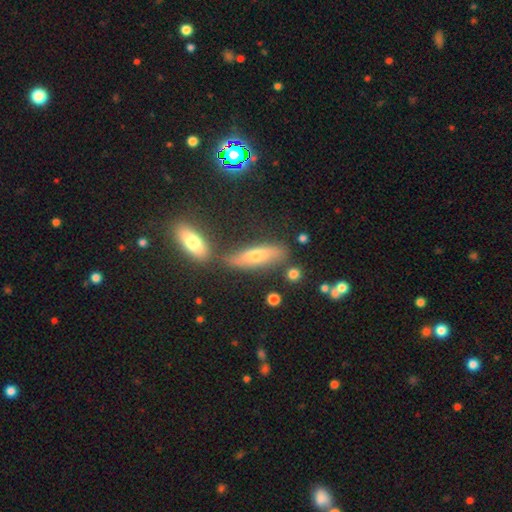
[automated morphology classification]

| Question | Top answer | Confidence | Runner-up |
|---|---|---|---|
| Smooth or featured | smooth | 58% | featured or disk (31%) |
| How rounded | cigar-shaped | 54% | in between (43%) |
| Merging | none | 65% | minor disturbance (15%) |